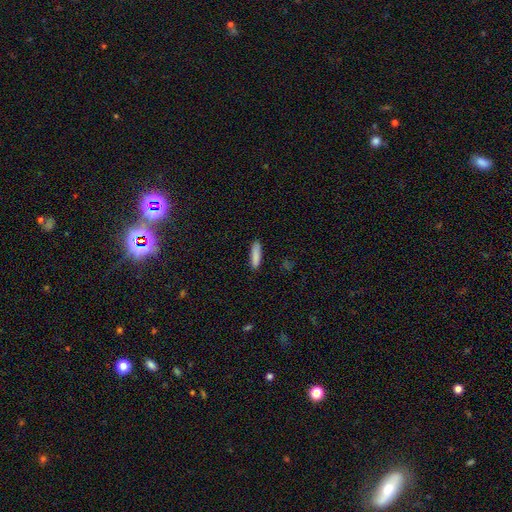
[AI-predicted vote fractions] Smooth or featured: smooth — 87% (featured or disk — 7%)
How rounded: cigar-shaped — 76% (in between — 22%)
Merging: none — 87% (minor disturbance — 10%)